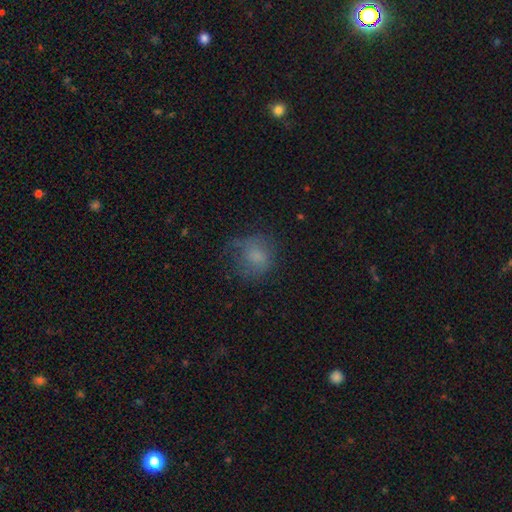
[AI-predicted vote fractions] A smooth galaxy with no disk features (68%) that is round (73%).

Vote fractions:
- Smooth or featured? smooth: 68% / featured or disk: 19% / star or artifact: 14%
- How rounded? round: 73% / in between: 26% / cigar-shaped: 1%
- Merging? none: 52% / minor disturbance: 25% / major disturbance: 21% / merger: 2%